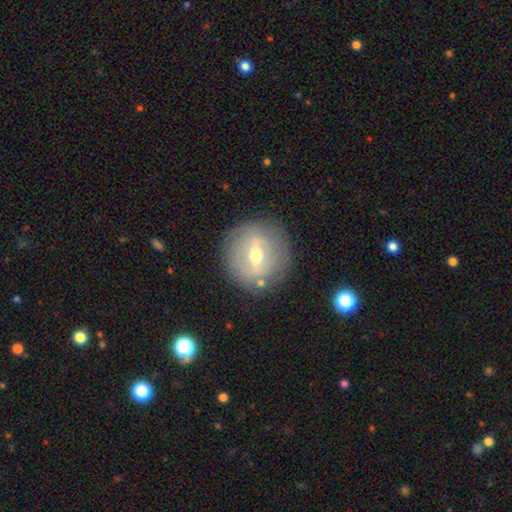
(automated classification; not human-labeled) Smooth or featured? Predicted: featured or disk (p=0.57). Edge-on disk? Predicted: no (p=0.92). Bar? Predicted: weak (p=0.49). Spiral arms? Predicted: no (p=0.62). Bulge size? Predicted: moderate (p=0.63). Merging? Predicted: none (p=0.81).